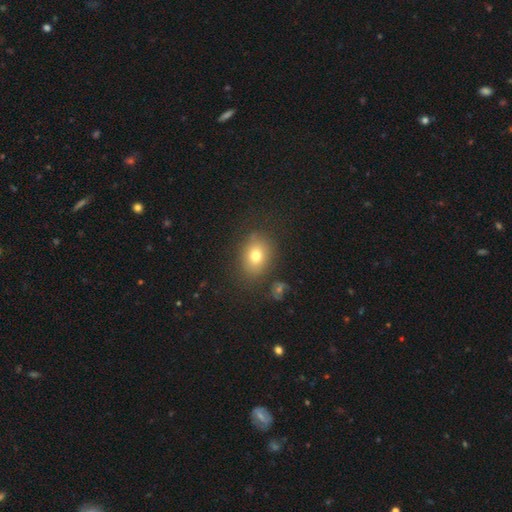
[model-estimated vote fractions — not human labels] A smooth galaxy with no disk features (75%) that is in between round and cigar-shaped (56%).

Vote fractions:
- Smooth or featured? smooth: 75% / featured or disk: 13% / star or artifact: 12%
- How rounded? in between: 56% / round: 43% / cigar-shaped: 1%
- Merging? none: 79% / minor disturbance: 13% / major disturbance: 5% / merger: 3%